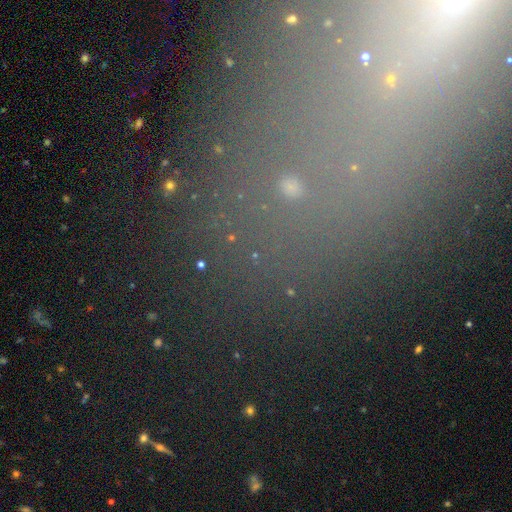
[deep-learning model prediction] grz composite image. It shows a star or artifact, not a galaxy (70%).